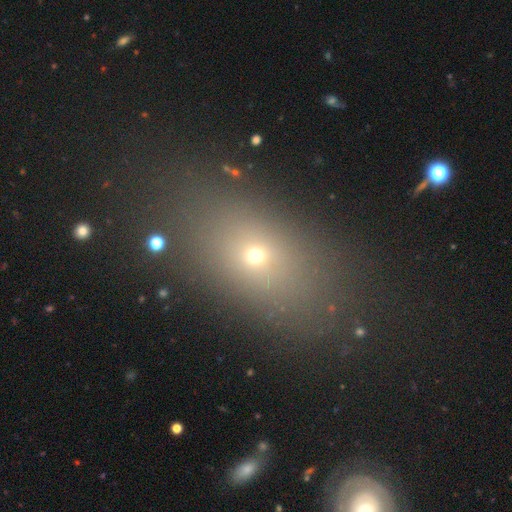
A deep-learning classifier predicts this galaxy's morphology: The model was most divided on "smooth or featured": smooth: 61%, star or artifact: 24%, featured or disk: 15%. More confident: merging — none (82%); how rounded — in between (72%).